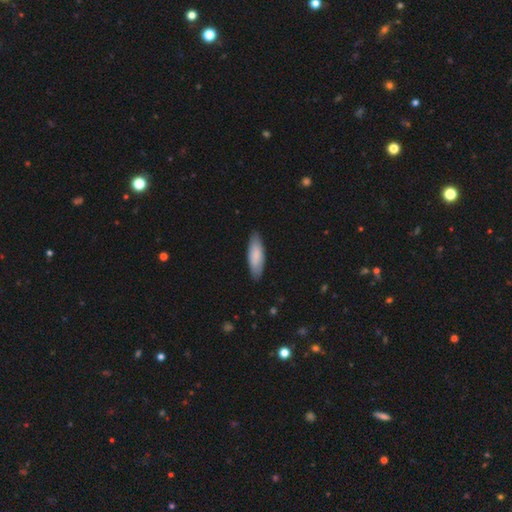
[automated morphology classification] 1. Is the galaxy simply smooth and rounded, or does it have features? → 83% smooth, 12% featured or disk, 5% star or artifact.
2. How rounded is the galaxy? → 59% in between, 40% cigar-shaped, 1% round.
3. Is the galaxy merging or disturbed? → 86% none, 12% minor disturbance, 2% major disturbance, 1% merger.